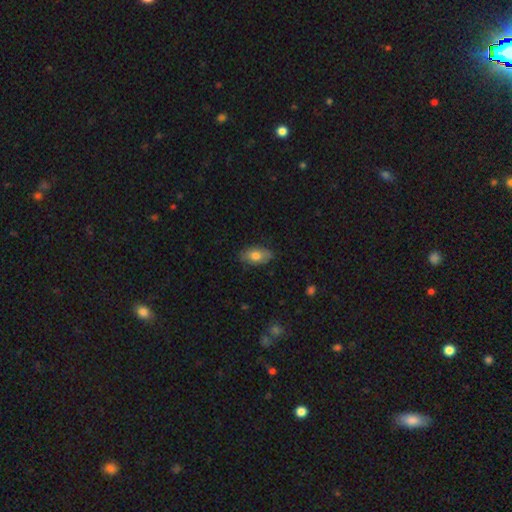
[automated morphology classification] The model was most divided on "smooth or featured": smooth: 76%, featured or disk: 17%, star or artifact: 7%. More confident: how rounded — in between (91%); merging — none (81%).